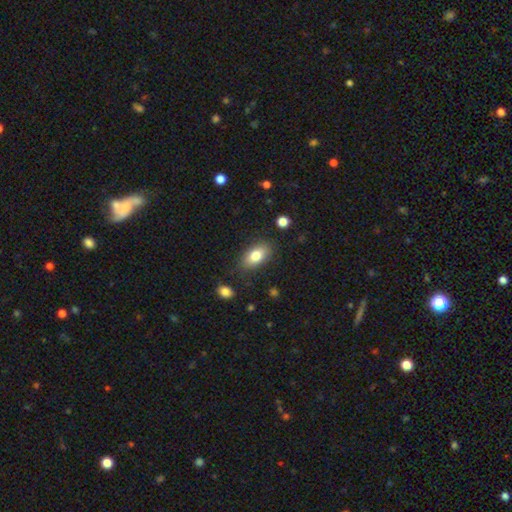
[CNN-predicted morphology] Smooth or featured?
  - smooth: 80% *
  - featured or disk: 12%
  - star or artifact: 8%
How rounded?
  - in between: 89% *
  - round: 6%
  - cigar-shaped: 4%
Merging?
  - none: 82% *
  - minor disturbance: 13%
  - major disturbance: 3%
  - merger: 2%